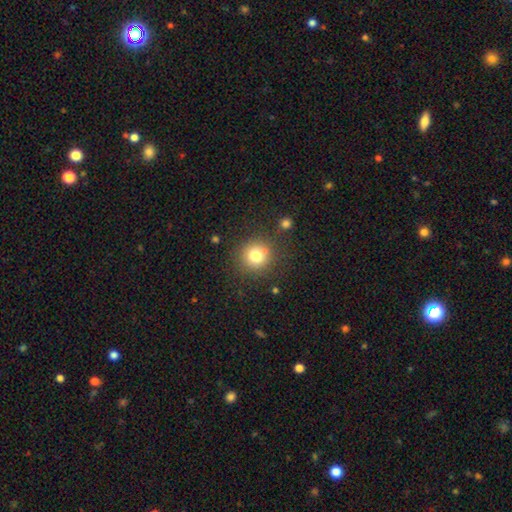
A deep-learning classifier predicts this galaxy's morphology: This is likely a smooth galaxy (77%). How rounded: clearly round (92%). Merging: likely none (79%).